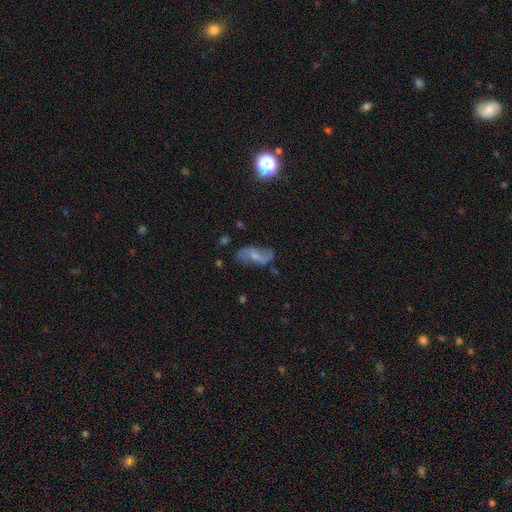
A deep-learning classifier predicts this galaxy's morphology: This is possibly a featured or disk galaxy (57%). It is clearly not viewed edge-on (92%). Bar: marginally no (43%). Spiral arm pattern: likely yes (78%). Central bulge: possibly small (48%). Merging: likely none (63%).